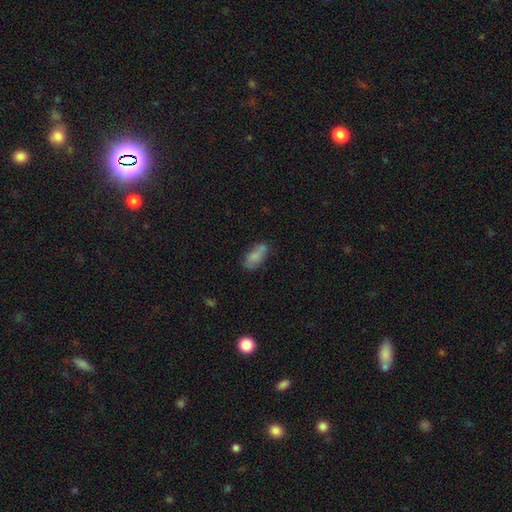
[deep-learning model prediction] Smooth or featured: smooth — 79% (featured or disk — 13%)
How rounded: in between — 84% (cigar-shaped — 13%)
Merging: none — 60% (minor disturbance — 24%)